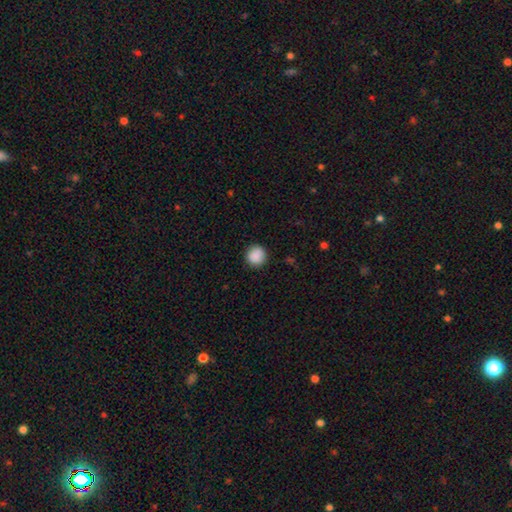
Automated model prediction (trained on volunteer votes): smooth-or-featured: smooth: 89% | star or artifact: 8% | featured or disk: 3%
  how-rounded: round: 93% | in between: 6% | cigar-shaped: 1%
  merging: none: 90% | minor disturbance: 7% | major disturbance: 2% | merger: 1%